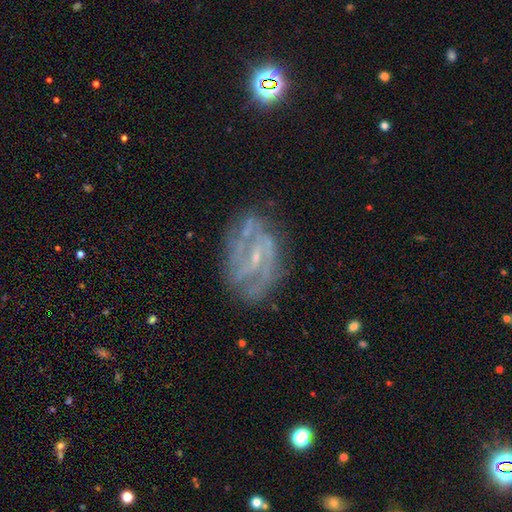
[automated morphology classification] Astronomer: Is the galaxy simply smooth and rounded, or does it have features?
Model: featured or disk — 82%.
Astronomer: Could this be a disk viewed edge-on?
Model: no — 96%.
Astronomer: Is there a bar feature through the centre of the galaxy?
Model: weak — 50% (runner-up: no, 27%).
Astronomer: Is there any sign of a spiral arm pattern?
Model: yes — 92%.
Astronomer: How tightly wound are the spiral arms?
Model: medium — 45% (runner-up: tight, 38%).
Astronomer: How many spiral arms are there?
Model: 2 — 49%.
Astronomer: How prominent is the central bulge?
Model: small — 75%.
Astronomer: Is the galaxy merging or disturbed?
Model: none — 71%.